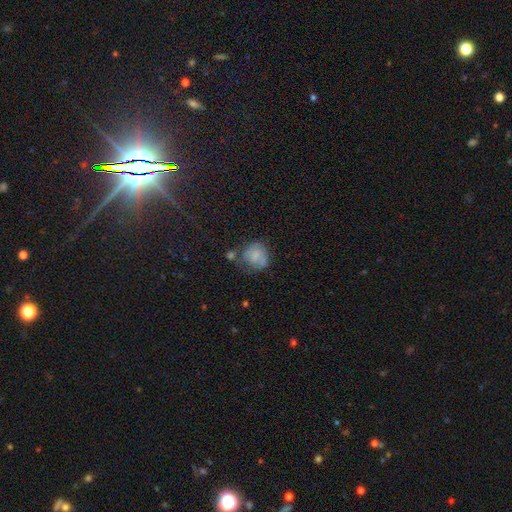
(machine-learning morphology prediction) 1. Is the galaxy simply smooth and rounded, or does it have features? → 68% smooth, 21% featured or disk, 11% star or artifact.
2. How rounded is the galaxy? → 72% round, 27% in between, 1% cigar-shaped.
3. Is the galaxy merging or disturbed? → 42% none, 27% minor disturbance, 17% major disturbance, 14% merger.